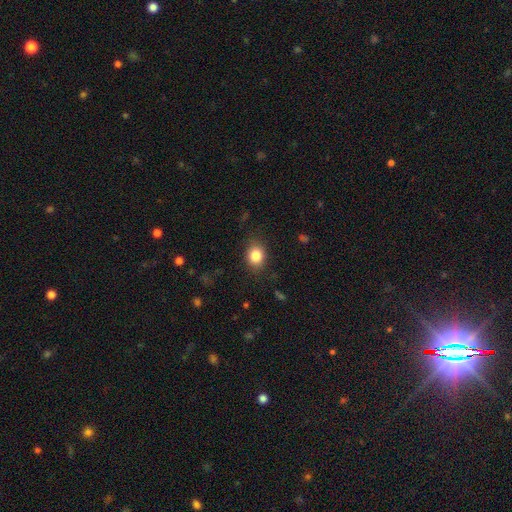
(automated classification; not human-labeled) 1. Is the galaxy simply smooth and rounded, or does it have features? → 84% smooth, 10% star or artifact, 6% featured or disk.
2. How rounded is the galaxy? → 52% round, 47% in between, 1% cigar-shaped.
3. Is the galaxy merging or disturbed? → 84% none, 12% minor disturbance, 3% major disturbance, 1% merger.